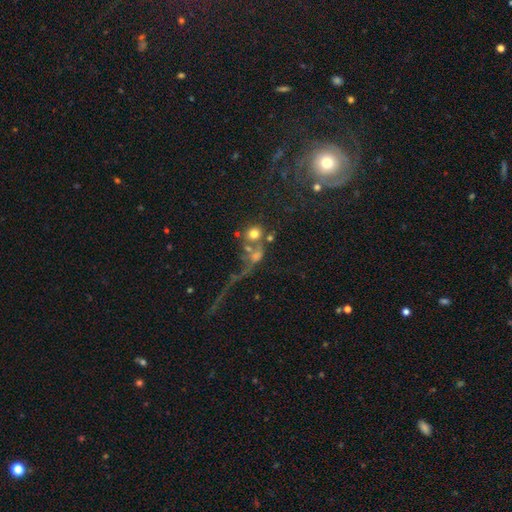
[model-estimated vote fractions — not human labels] smooth 40%, star or artifact 30%, featured or disk 30%. Down the decision tree: merging — merger (40%).